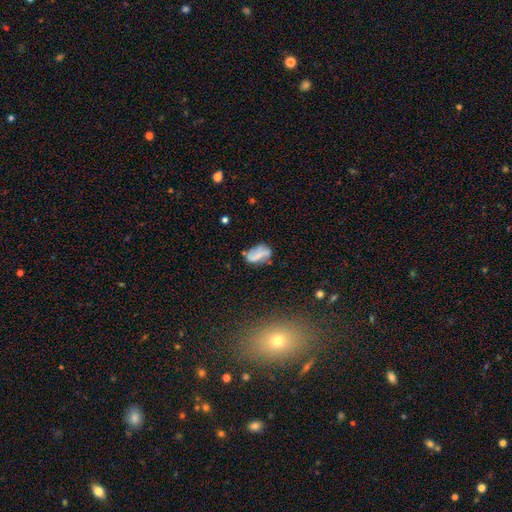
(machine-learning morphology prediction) This is possibly a smooth galaxy (57%). How rounded: clearly in between (89%). Merging: possibly none (56%).